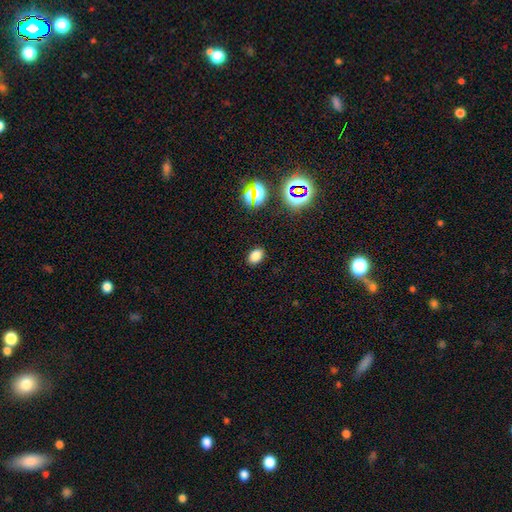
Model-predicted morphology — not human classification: Overall: smooth (77%). How rounded: in between (79%). Merging: none (88%).